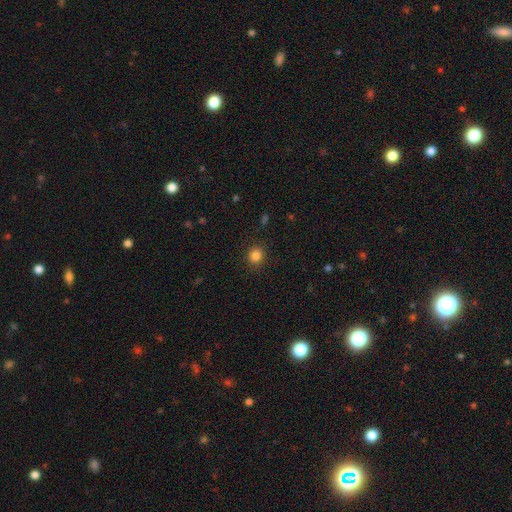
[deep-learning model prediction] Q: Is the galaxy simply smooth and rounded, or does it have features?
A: smooth — 84%.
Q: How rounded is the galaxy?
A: round — 87%.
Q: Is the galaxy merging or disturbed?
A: none — 90%.